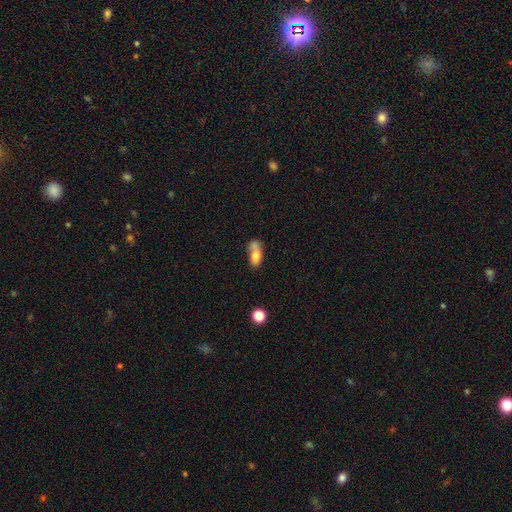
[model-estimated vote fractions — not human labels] Smooth or featured? smooth (73%)
How rounded? in between (79%)
Merging? merger (58%)